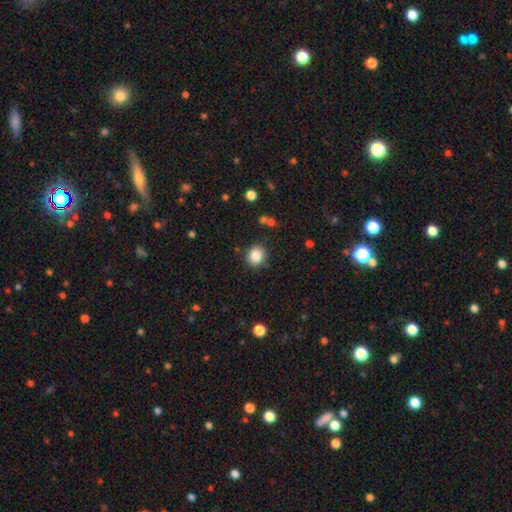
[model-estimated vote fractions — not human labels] Smooth or featured?
  - smooth: 86% *
  - star or artifact: 10%
  - featured or disk: 5%
How rounded?
  - round: 78% *
  - in between: 22%
  - cigar-shaped: 1%
Merging?
  - none: 87% *
  - minor disturbance: 8%
  - major disturbance: 3%
  - merger: 2%